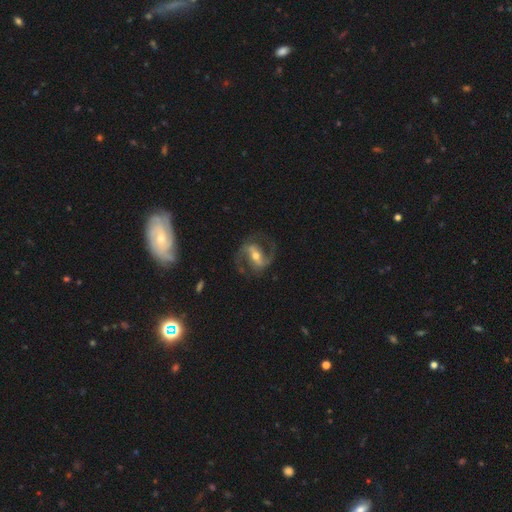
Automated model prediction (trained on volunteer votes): Overall: featured or disk (89%). Edge-on disk: no (97%). Bar: strong (51%; weak 33%). Spiral arms: yes (97%). Spiral arm count: 2 (92%). Spiral winding: medium (57%; loose 27%). Bulge size: moderate (59%; small 35%). Merging: none (78%).